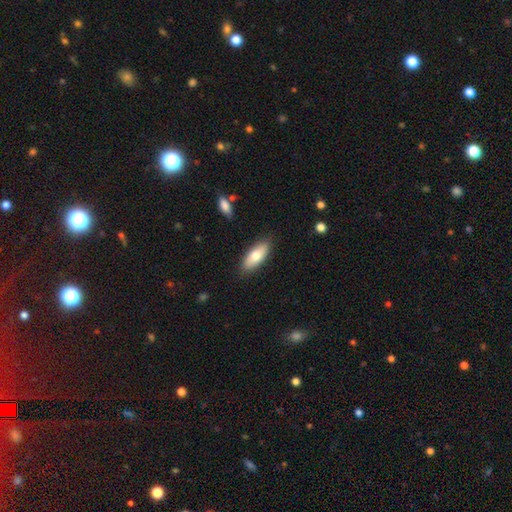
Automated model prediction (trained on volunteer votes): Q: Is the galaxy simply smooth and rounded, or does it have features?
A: smooth — 75%.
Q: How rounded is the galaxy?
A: in between — 76%.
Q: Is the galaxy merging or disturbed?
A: none — 86%.